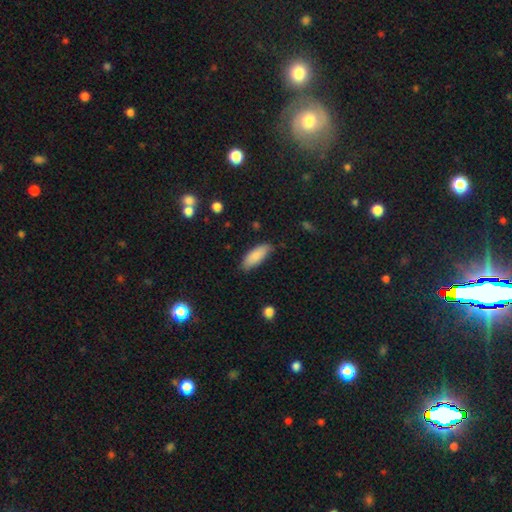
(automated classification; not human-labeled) smooth_or_featured: smooth (p=0.86) [alt: featured or disk p=0.08]
how_rounded: in between (p=0.74) [alt: cigar-shaped p=0.24]
merging: none (p=0.79) [alt: minor disturbance p=0.17]